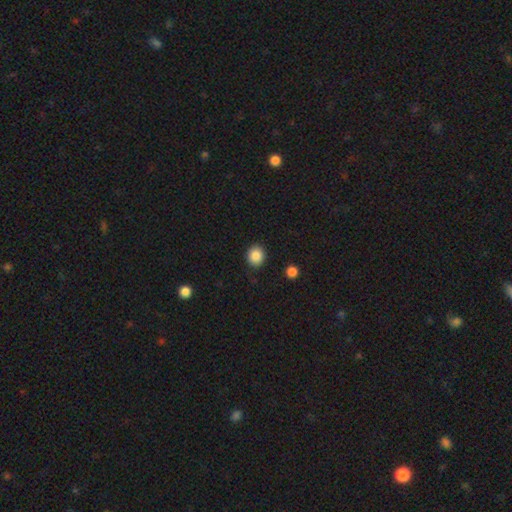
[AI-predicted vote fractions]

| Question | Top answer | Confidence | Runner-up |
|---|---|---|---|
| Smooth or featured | smooth | 87% | star or artifact (9%) |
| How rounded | round | 84% | in between (15%) |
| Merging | none | 89% | minor disturbance (7%) |